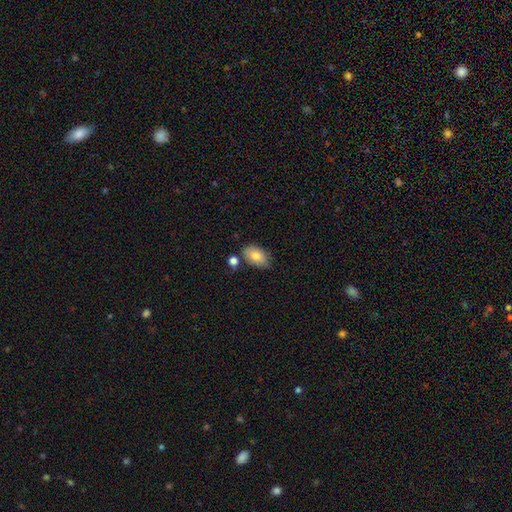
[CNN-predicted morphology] A smooth galaxy with no disk features (81%) that is in between round and cigar-shaped (91%).

Vote fractions:
- Smooth or featured? smooth: 81% / featured or disk: 12% / star or artifact: 7%
- How rounded? in between: 91% / round: 8% / cigar-shaped: 2%
- Merging? none: 69% / minor disturbance: 18% / merger: 9% / major disturbance: 4%